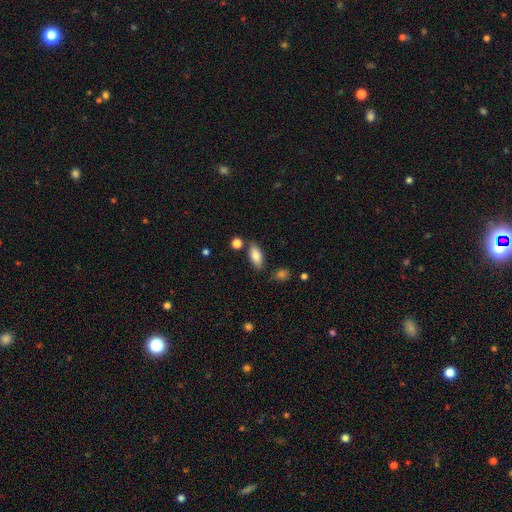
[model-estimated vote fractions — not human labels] smooth 82%, featured or disk 11%, star or artifact 7%. Down the decision tree: how rounded — in between (87%); merging — none (79%).